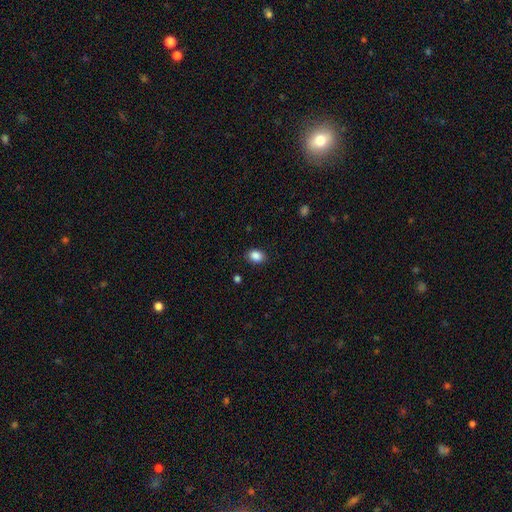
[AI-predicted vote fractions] Smooth or featured? Predicted: smooth (p=0.87). How rounded? Predicted: in between (p=0.69). Merging? Predicted: none (p=0.87).